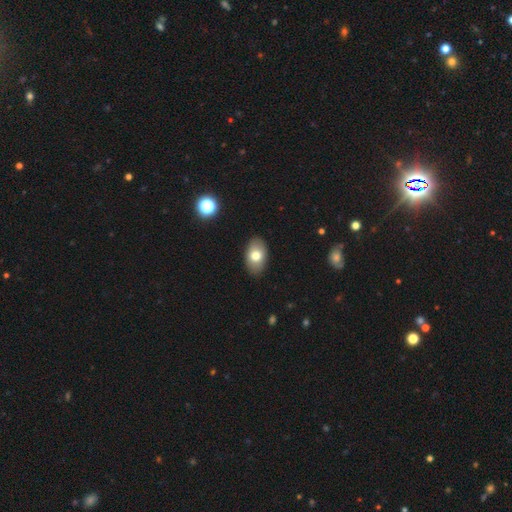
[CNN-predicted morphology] This appears to be a smooth galaxy with no disk features (75%) that is in between round and cigar-shaped (90%). Merging: none (87%).